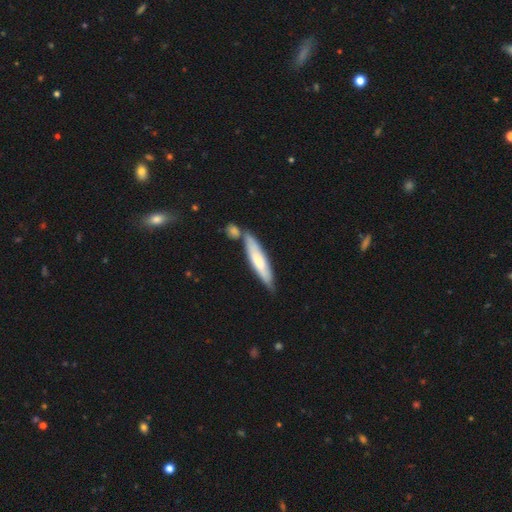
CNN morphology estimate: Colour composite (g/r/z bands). It shows a smooth galaxy with no disk features (56%) that is cigar-shaped (86%). Merging: none (71%).